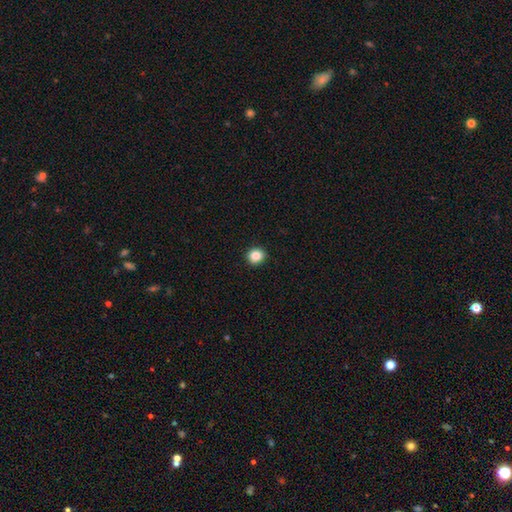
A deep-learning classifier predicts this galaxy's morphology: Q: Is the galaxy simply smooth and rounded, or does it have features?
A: smooth — 86%.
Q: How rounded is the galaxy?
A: round — 88%.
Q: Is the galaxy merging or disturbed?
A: none — 92%.